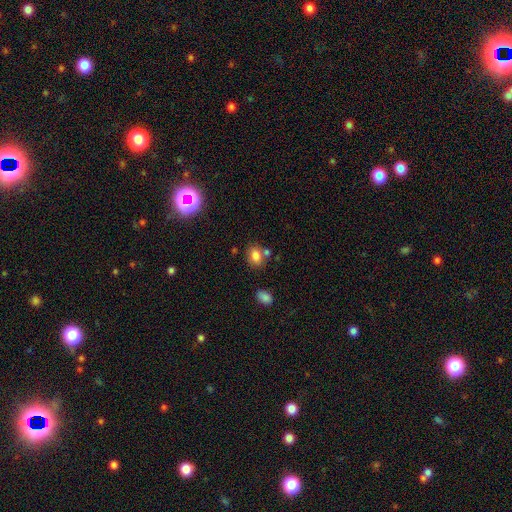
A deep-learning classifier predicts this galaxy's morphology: smooth_or_featured: smooth (p=0.80) [alt: star or artifact p=0.12]
how_rounded: in between (p=0.68) [alt: round p=0.31]
merging: none (p=0.63) [alt: merger p=0.18]